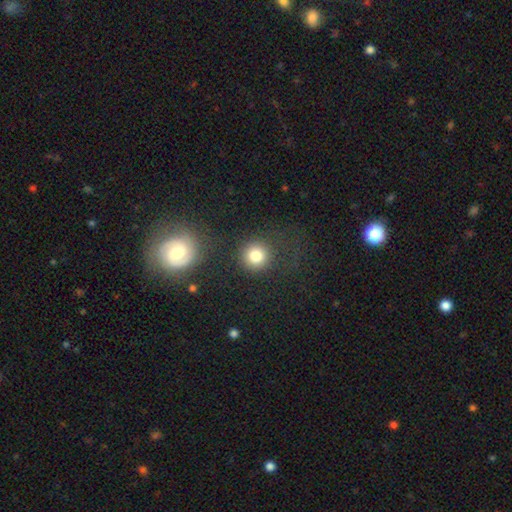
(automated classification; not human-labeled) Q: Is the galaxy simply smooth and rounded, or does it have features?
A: smooth — 81%.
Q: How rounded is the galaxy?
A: round — 92%.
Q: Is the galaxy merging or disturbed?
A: none — 80%.